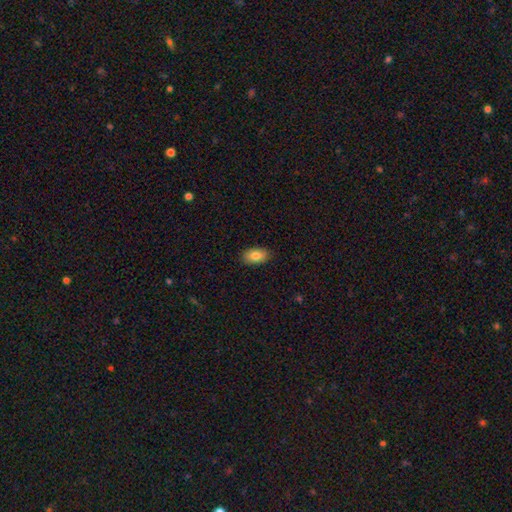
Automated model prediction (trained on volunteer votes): A smooth galaxy with no disk features (83%) that is in between round and cigar-shaped (92%).

Vote fractions:
- Smooth or featured? smooth: 83% / featured or disk: 9% / star or artifact: 7%
- How rounded? in between: 92% / round: 6% / cigar-shaped: 2%
- Merging? none: 88% / minor disturbance: 9% / major disturbance: 2% / merger: 1%